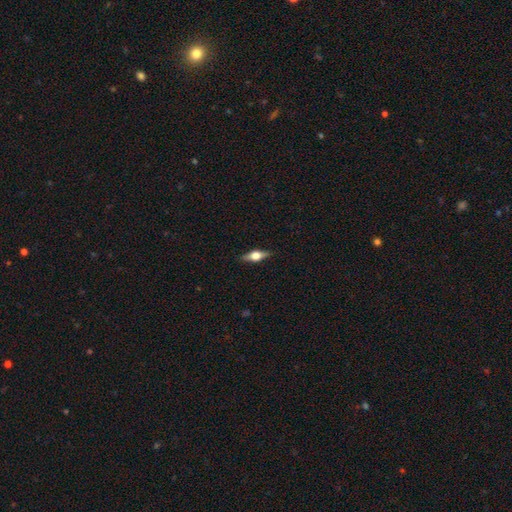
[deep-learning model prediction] smooth-or-featured: featured or disk: 60% | smooth: 33% | star or artifact: 7%
  disk-edge-on: yes: 95% | no: 5%
    edge-on-bulge: rounded: 94% | boxy: 5% | none: 1%
  merging: none: 88% | minor disturbance: 9% | major disturbance: 2% | merger: 1%